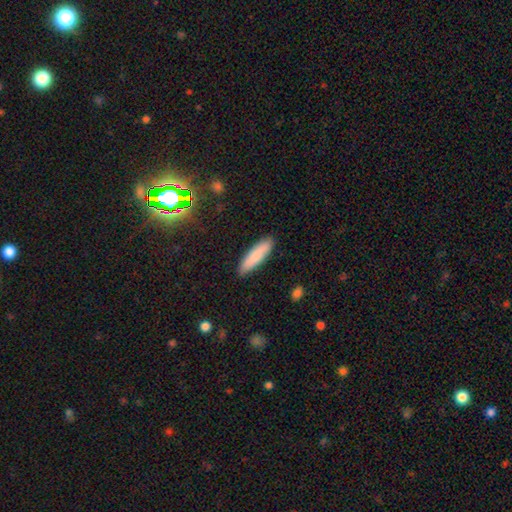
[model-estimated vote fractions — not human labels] smooth-or-featured: smooth: 81% | featured or disk: 13% | star or artifact: 6%
  how-rounded: cigar-shaped: 69% | in between: 30% | round: 2%
  merging: none: 88% | minor disturbance: 9% | major disturbance: 2% | merger: 1%